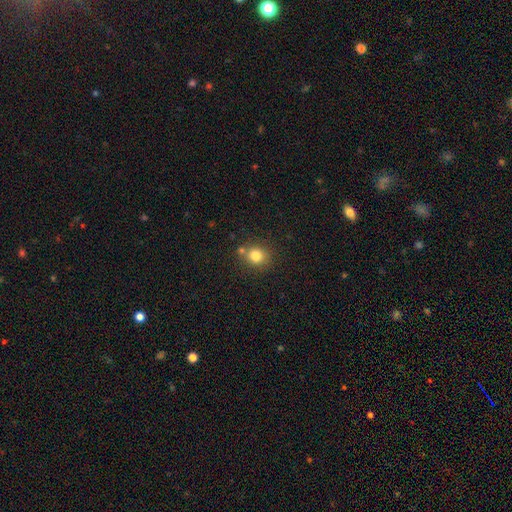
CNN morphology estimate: The model was most divided on "merging": none: 70%, merger: 15%, minor disturbance: 12%, major disturbance: 3%. More confident: smooth or featured — smooth (80%); how rounded — round (77%).